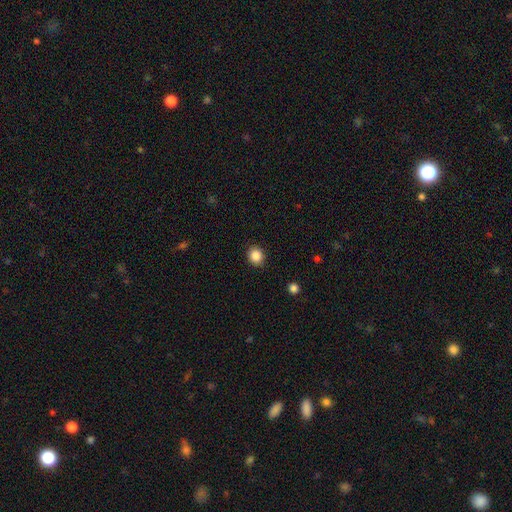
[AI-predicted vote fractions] This appears to be a smooth galaxy with no disk features (86%) that is round (71%). Merging: none (89%).